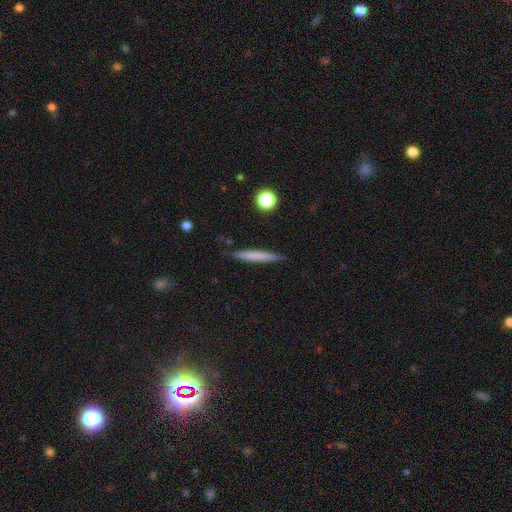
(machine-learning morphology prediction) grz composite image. It shows a smooth galaxy with no disk features (64%) that is cigar-shaped (95%). Merging: none (87%).